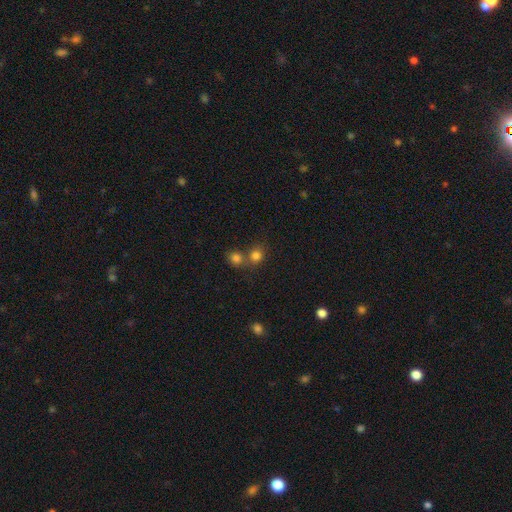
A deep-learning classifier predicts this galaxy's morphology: Smooth or featured? smooth (78%)
How rounded? round (80%)
Merging? none (51%)